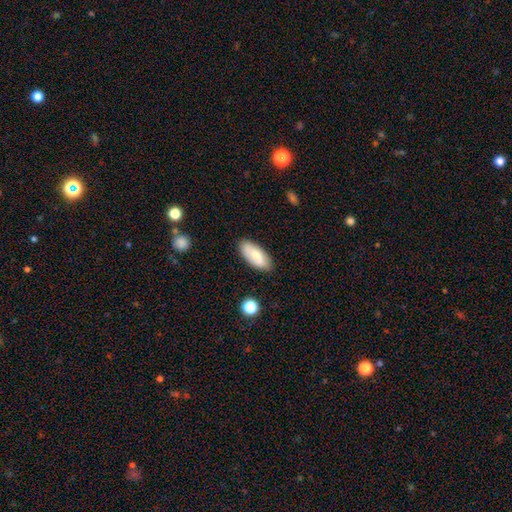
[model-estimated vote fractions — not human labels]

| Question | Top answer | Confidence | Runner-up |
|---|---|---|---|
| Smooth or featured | smooth | 73% | featured or disk (21%) |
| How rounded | in between | 86% | cigar-shaped (12%) |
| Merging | none | 84% | minor disturbance (12%) |